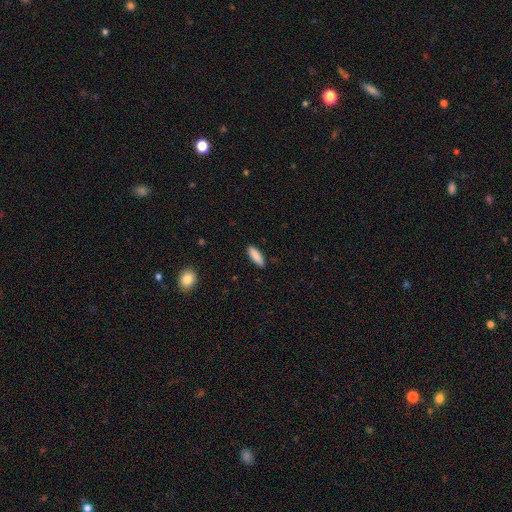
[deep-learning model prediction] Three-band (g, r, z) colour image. It shows a smooth galaxy with no disk features (88%) that is cigar-shaped (53%). Merging: none (89%).